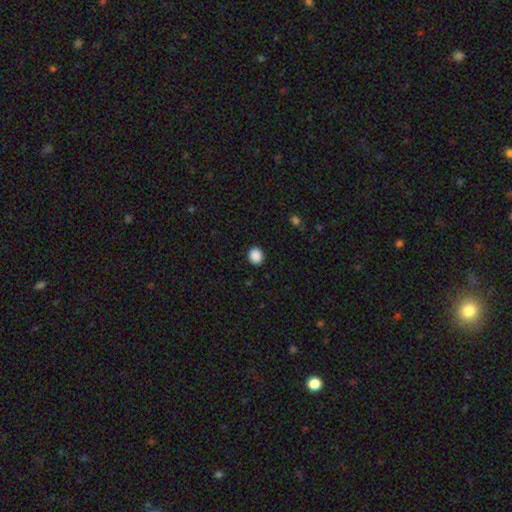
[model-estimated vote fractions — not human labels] A smooth galaxy with no disk features (89%) that is round (77%).

Vote fractions:
- Smooth or featured? smooth: 89% / star or artifact: 9% / featured or disk: 2%
- How rounded? round: 77% / in between: 22% / cigar-shaped: 1%
- Merging? none: 91% / minor disturbance: 6% / major disturbance: 2% / merger: 1%